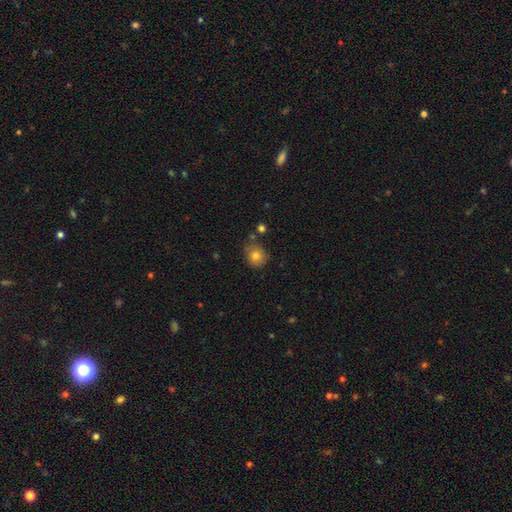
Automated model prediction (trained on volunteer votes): A smooth galaxy with no disk features (80%) that is round (74%).

Vote fractions:
- Smooth or featured? smooth: 80% / star or artifact: 11% / featured or disk: 9%
- How rounded? round: 74% / in between: 25% / cigar-shaped: 1%
- Merging? none: 71% / minor disturbance: 19% / merger: 6% / major disturbance: 4%